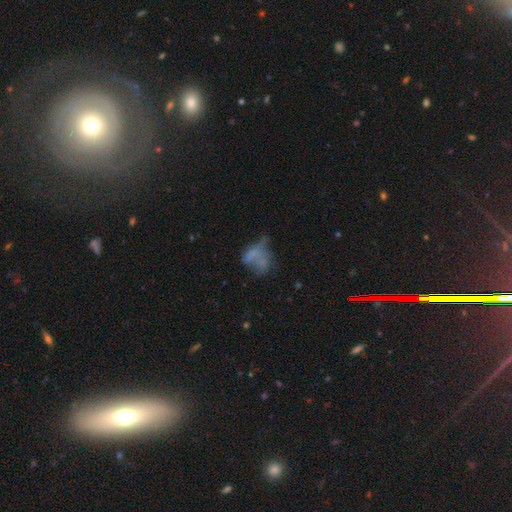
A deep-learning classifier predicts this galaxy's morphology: smooth_or_featured: smooth (p=0.48) [alt: featured or disk p=0.35]
merging: major disturbance (p=0.34) [alt: none p=0.28]